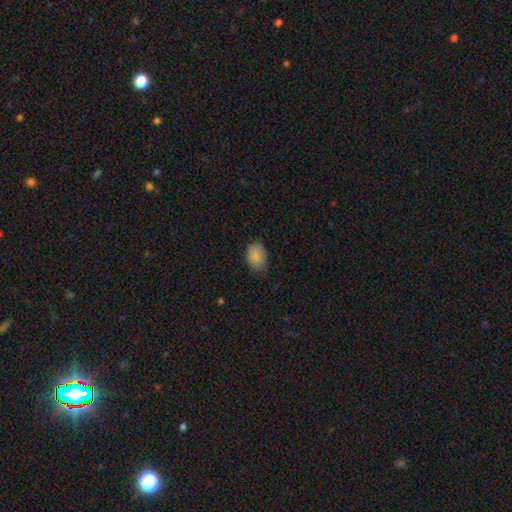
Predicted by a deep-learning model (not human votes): smooth-or-featured: smooth: 87% | star or artifact: 8% | featured or disk: 6%
  how-rounded: in between: 85% | round: 14% | cigar-shaped: 1%
  merging: none: 59% | minor disturbance: 33% | major disturbance: 6% | merger: 1%